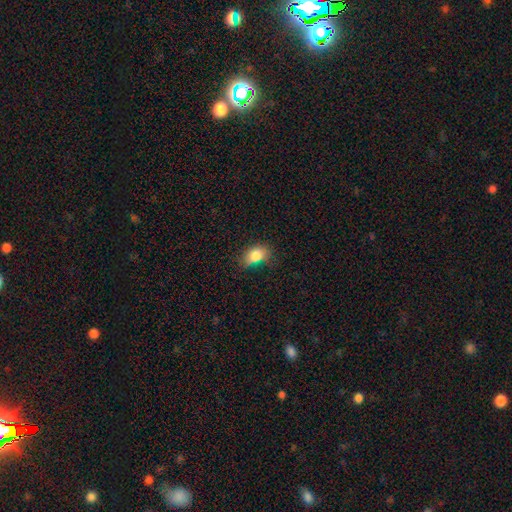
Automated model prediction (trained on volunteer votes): Smooth or featured?
  - smooth: 82% *
  - star or artifact: 10%
  - featured or disk: 8%
How rounded?
  - in between: 78% *
  - round: 20%
  - cigar-shaped: 2%
Merging?
  - none: 54% *
  - minor disturbance: 32%
  - major disturbance: 10%
  - merger: 4%